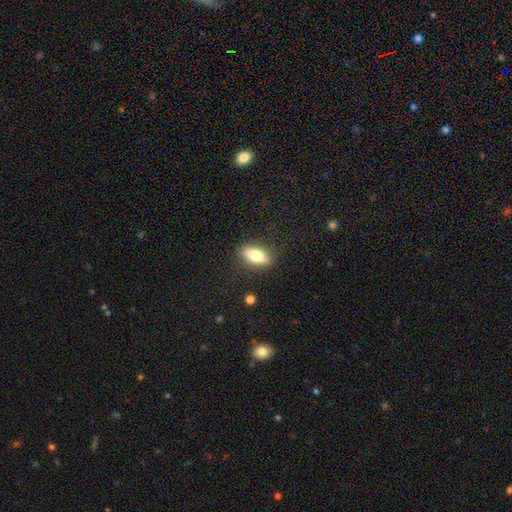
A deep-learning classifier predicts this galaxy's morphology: Overall: smooth (73%). How rounded: in between (78%). Merging: none (85%).